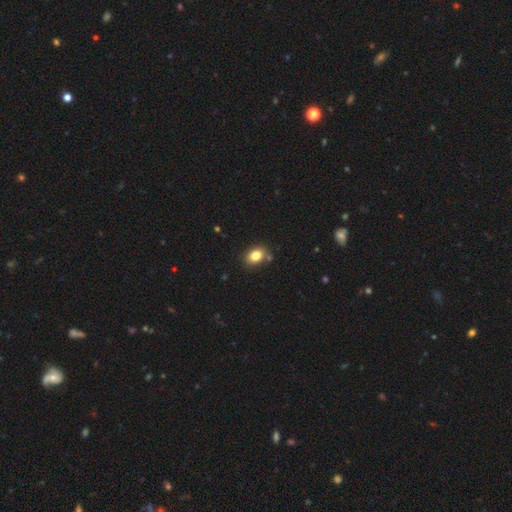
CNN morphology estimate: type=smooth (82%); roundness=in between (71%); merging=none (80%).